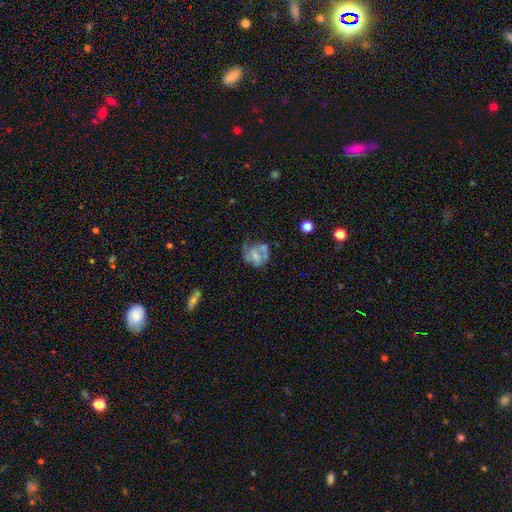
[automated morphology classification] featured or disk 49%, smooth 41%, star or artifact 10%. Down the decision tree: merging — none (43%).